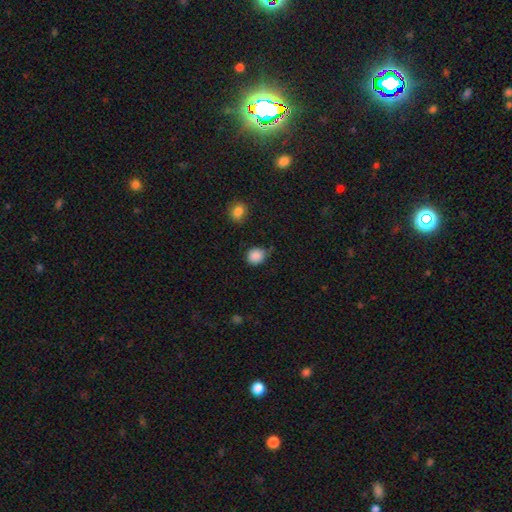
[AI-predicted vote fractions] The model was most divided on "merging": none: 69%, minor disturbance: 23%, major disturbance: 5%, merger: 3%. More confident: smooth or featured — smooth (88%); how rounded — round (74%).